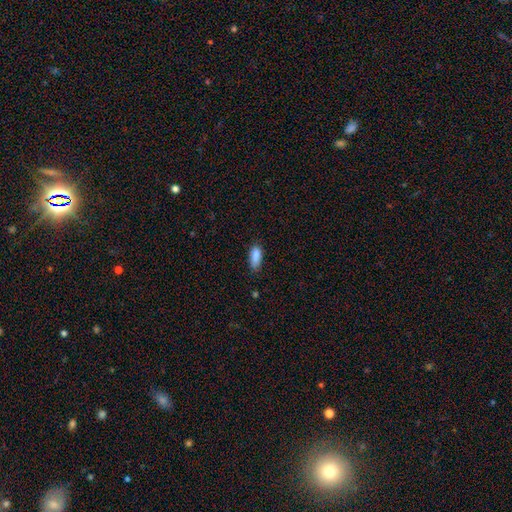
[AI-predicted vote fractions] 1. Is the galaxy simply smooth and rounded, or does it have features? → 87% smooth, 8% star or artifact, 5% featured or disk.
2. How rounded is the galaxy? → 79% in between, 18% cigar-shaped, 2% round.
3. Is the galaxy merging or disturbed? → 70% none, 24% minor disturbance, 4% major disturbance, 2% merger.